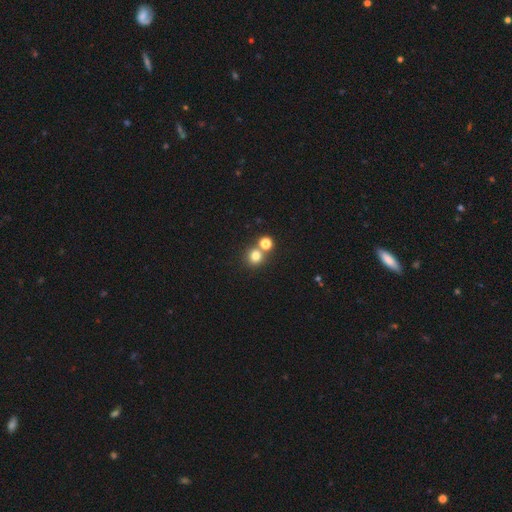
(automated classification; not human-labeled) Smooth or featured: smooth — 78% (star or artifact — 15%)
How rounded: round — 88% (in between — 12%)
Merging: none — 59% (merger — 31%)